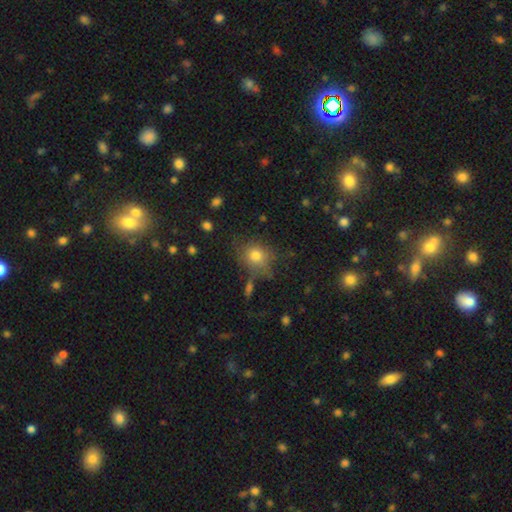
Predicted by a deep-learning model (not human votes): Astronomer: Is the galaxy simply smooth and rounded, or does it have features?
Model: smooth — 77%.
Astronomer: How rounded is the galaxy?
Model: round — 76%.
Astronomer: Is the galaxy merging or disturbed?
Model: none — 67%.